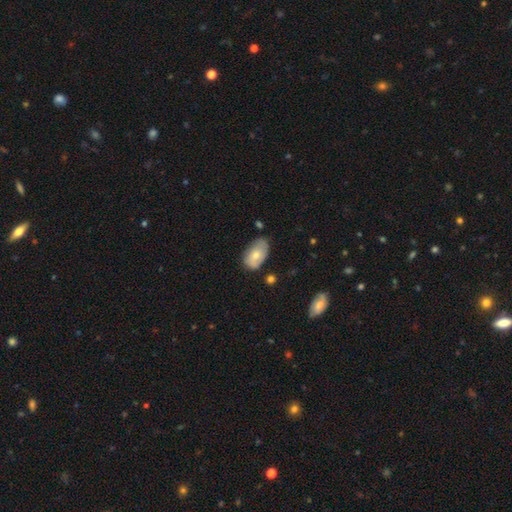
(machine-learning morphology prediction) A smooth galaxy with no disk features (68%) that is in between round and cigar-shaped (91%).

Vote fractions:
- Smooth or featured? smooth: 68% / featured or disk: 25% / star or artifact: 7%
- How rounded? in between: 91% / round: 7% / cigar-shaped: 1%
- Merging? none: 57% / minor disturbance: 33% / major disturbance: 6% / merger: 3%